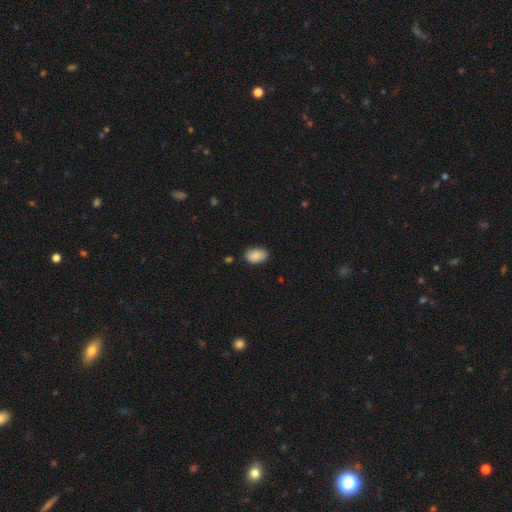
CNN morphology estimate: Overall: smooth (88%). How rounded: in between (89%). Merging: none (81%).